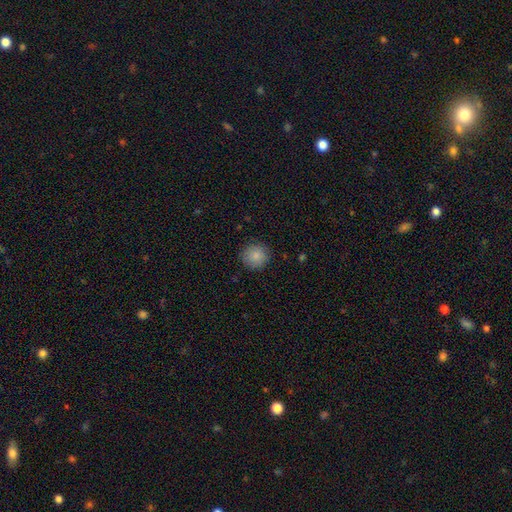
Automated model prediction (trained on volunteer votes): smooth_or_featured: smooth (p=0.87) [alt: star or artifact p=0.09]
how_rounded: round (p=0.92) [alt: in between p=0.07]
merging: none (p=0.88) [alt: minor disturbance p=0.09]